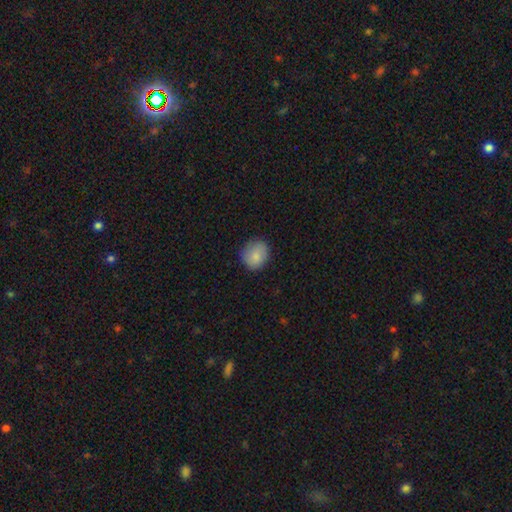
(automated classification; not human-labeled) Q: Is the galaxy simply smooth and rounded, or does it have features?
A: smooth — 84%.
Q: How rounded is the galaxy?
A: round — 75%.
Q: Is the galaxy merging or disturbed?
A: none — 80%.